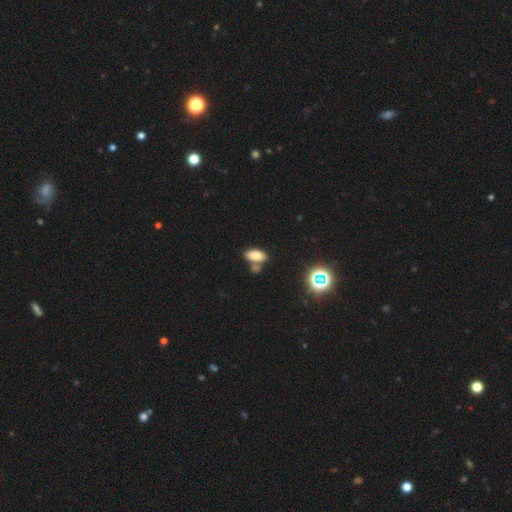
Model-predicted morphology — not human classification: smooth-or-featured: smooth: 79% | star or artifact: 12% | featured or disk: 9%
  how-rounded: in between: 90% | cigar-shaped: 5% | round: 4%
  merging: none: 57% | merger: 26% | minor disturbance: 13% | major disturbance: 4%